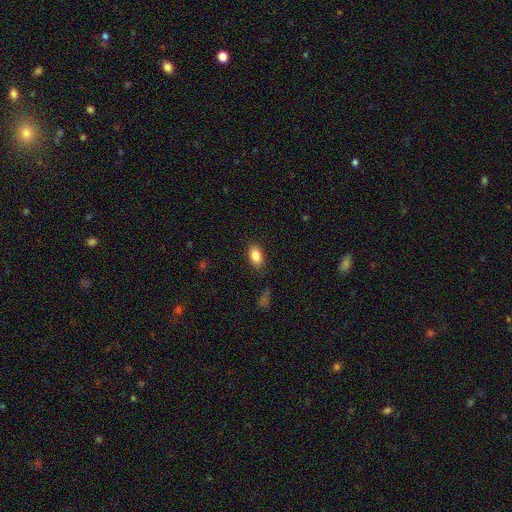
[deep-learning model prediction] A smooth galaxy with no disk features (85%) that is in between round and cigar-shaped (88%). Merging: none (85%).